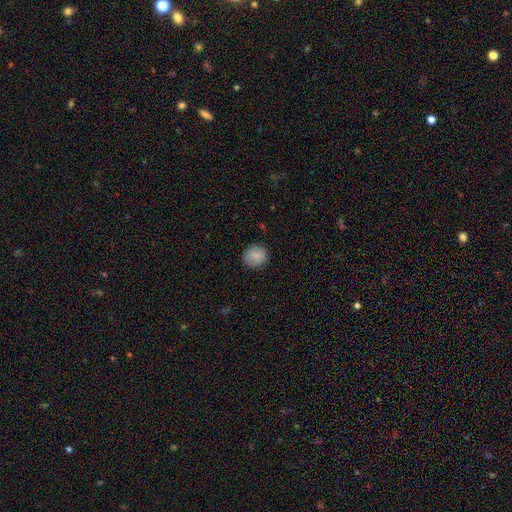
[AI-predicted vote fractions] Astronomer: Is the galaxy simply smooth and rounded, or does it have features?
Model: smooth — 85%.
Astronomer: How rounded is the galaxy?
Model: round — 87%.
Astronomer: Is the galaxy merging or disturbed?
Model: none — 89%.